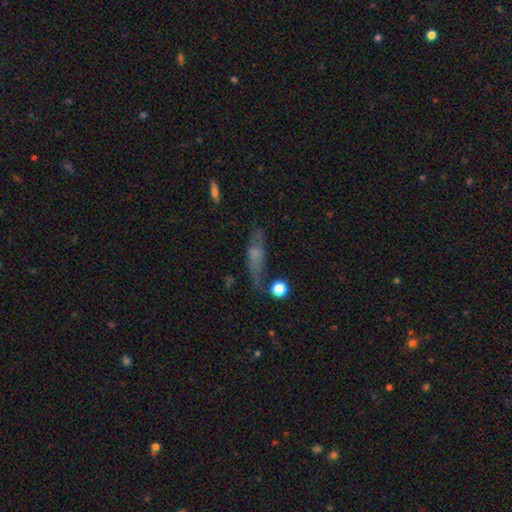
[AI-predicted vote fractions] smooth 46%, featured or disk 39%, star or artifact 15%. Down the decision tree: merging — none (57%).